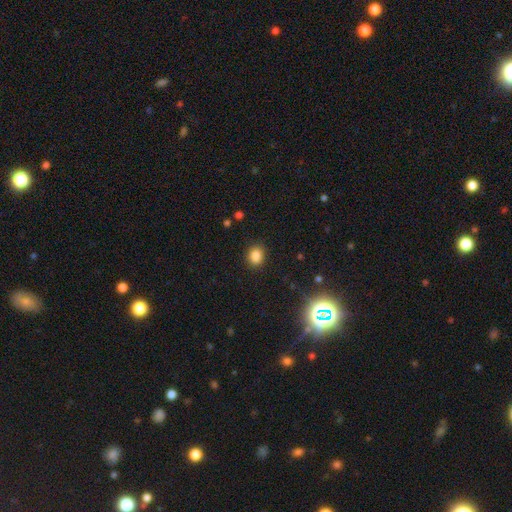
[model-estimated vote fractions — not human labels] A smooth galaxy with no disk features (83%) that is round (51%). Merging: none (87%).